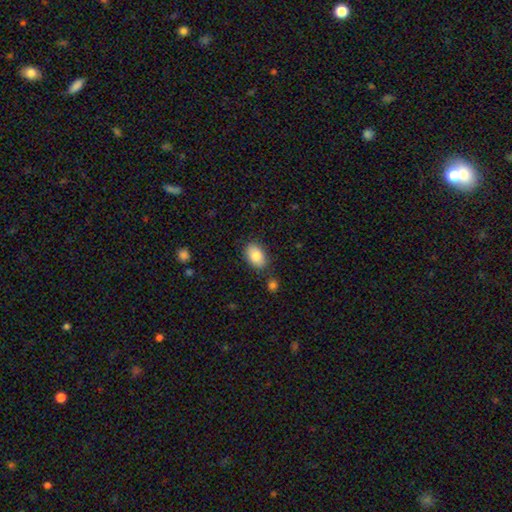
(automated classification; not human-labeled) smooth_or_featured: smooth (p=0.84) [alt: featured or disk p=0.09]
how_rounded: in between (p=0.89) [alt: round p=0.10]
merging: none (p=0.79) [alt: minor disturbance p=0.13]